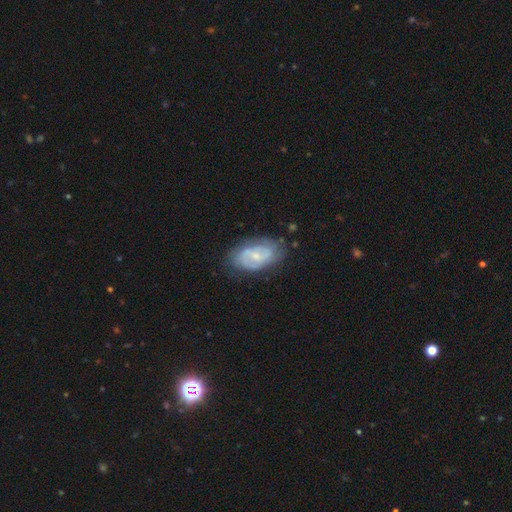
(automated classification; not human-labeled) Q: Smooth or featured?
A: featured or disk (73%); runner-up: smooth (21%)
Q: Edge-on disk?
A: no (96%); runner-up: yes (4%)
Q: Bar?
A: no (53%); runner-up: weak (39%)
Q: Spiral arms?
A: yes (87%); runner-up: no (13%)
Q: Spiral winding?
A: tight (49%); runner-up: medium (38%)
Q: Spiral arm count?
A: 2 (59%); runner-up: can't tell (26%)
Q: Bulge size?
A: small (65%); runner-up: moderate (28%)
Q: Merging?
A: none (71%); runner-up: minor disturbance (20%)